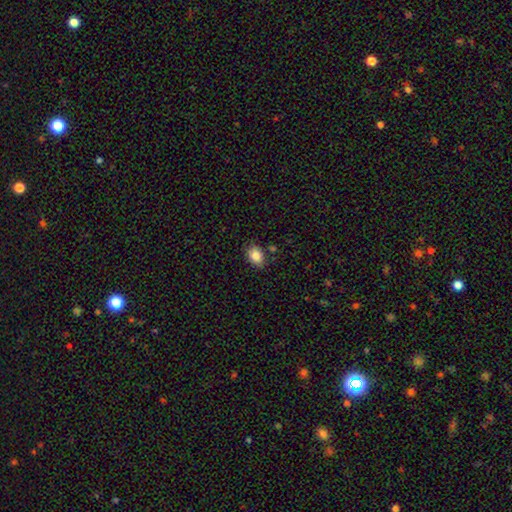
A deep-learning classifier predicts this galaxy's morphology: This appears to be a smooth galaxy with no disk features (84%) that is in between round and cigar-shaped (75%). Merging: none (81%).